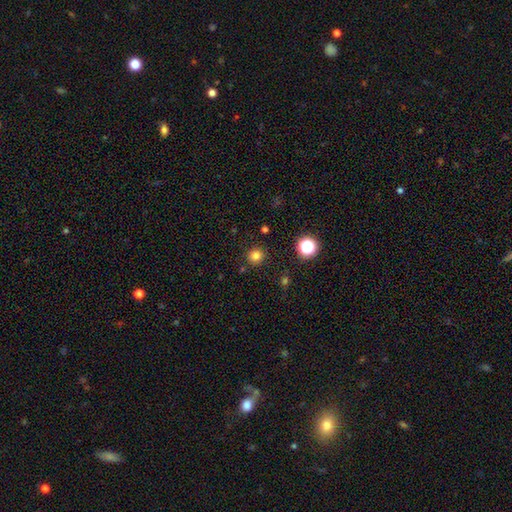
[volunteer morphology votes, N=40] smooth_or_featured: smooth (p=0.85) [alt: star or artifact p=0.12]
how_rounded: round (p=0.88) [alt: in between p=0.12]
merging: none (p=0.89) [alt: minor disturbance p=0.11]